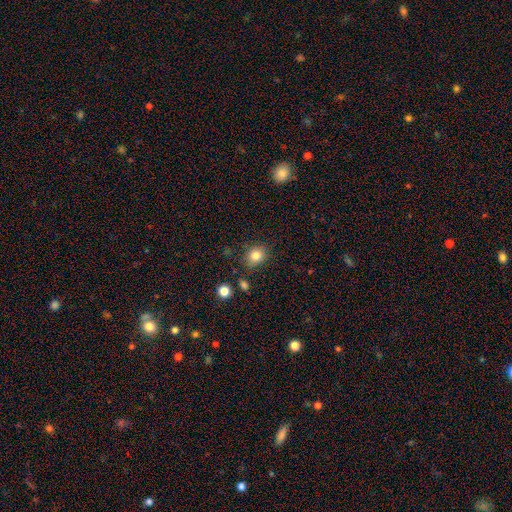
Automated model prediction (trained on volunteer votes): smooth 83%, star or artifact 10%, featured or disk 6%. Down the decision tree: how rounded — round (57%); merging — none (80%).